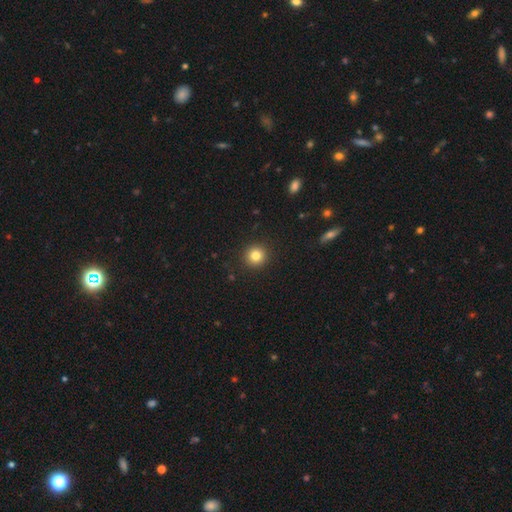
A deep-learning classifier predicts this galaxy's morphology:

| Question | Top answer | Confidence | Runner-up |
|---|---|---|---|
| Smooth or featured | smooth | 82% | star or artifact (12%) |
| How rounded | round | 94% | in between (5%) |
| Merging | none | 92% | minor disturbance (5%) |